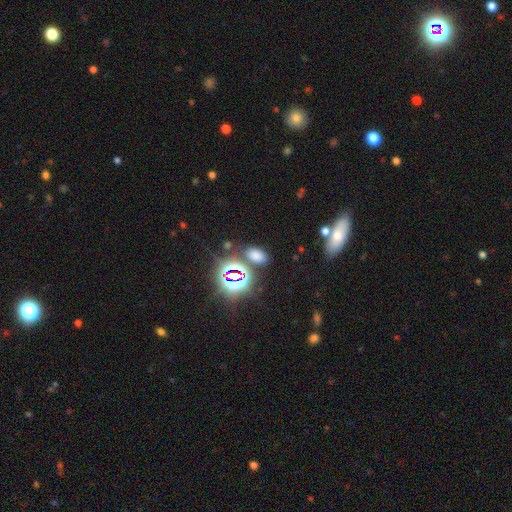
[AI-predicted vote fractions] Smooth or featured? smooth (61%)
How rounded? in between (88%)
Merging? none (80%)